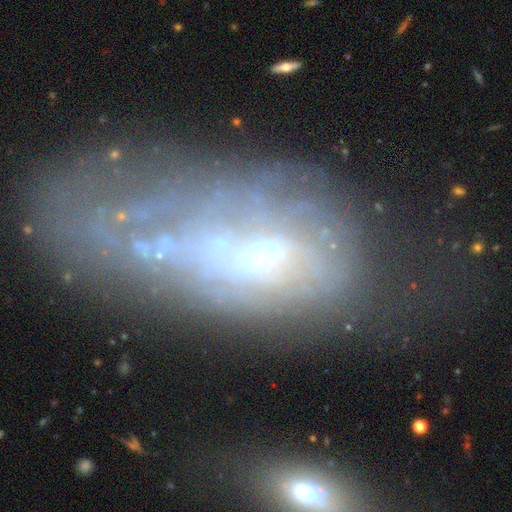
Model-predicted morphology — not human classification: Smooth or featured? featured or disk (56%)
Edge-on disk? no (90%)
Bar? no (78%)
Spiral arms? no (75%)
Bulge size? small (40%)
Merging? major disturbance (39%)